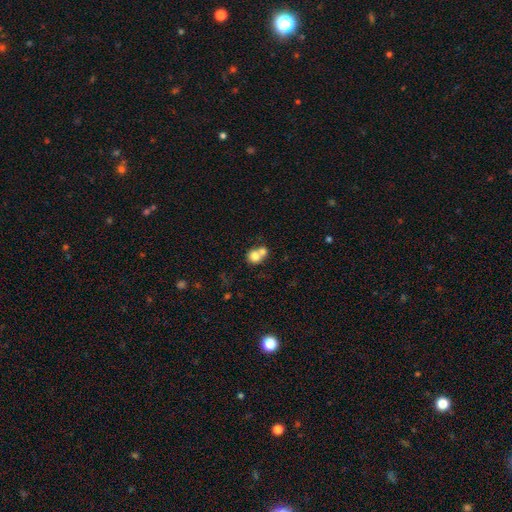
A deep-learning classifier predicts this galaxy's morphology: smooth 77%, featured or disk 14%, star or artifact 9%. Down the decision tree: how rounded — round (77%); merging — merger (61%).